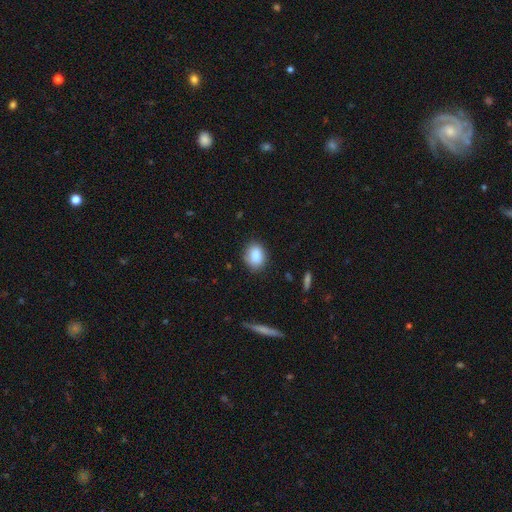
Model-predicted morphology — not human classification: This is clearly a smooth galaxy (87%). How rounded: likely in between (68%). Merging: clearly none (81%).